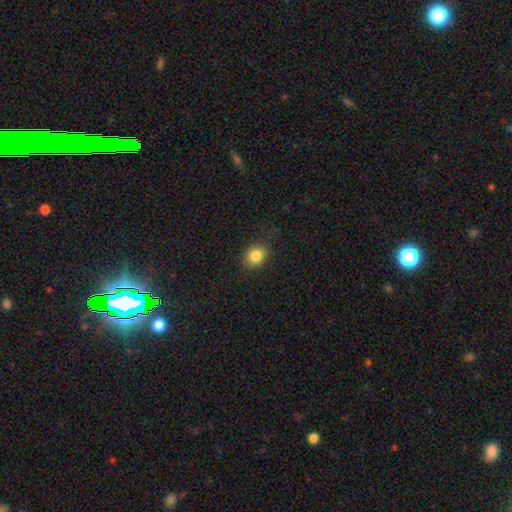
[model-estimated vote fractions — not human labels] Smooth or featured: smooth — 85% (star or artifact — 10%)
How rounded: round — 61% (in between — 38%)
Merging: none — 85% (minor disturbance — 11%)